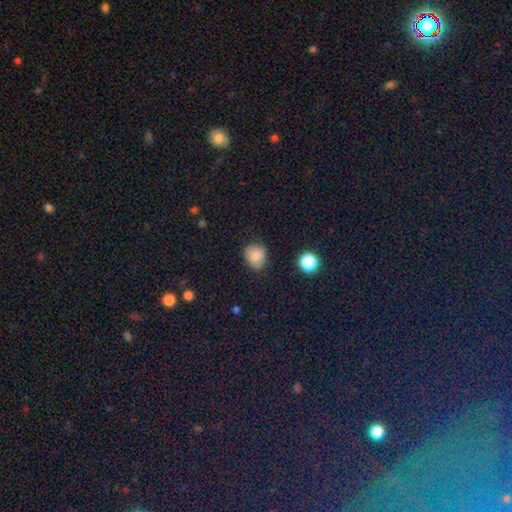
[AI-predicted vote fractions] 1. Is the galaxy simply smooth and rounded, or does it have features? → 80% smooth, 11% star or artifact, 9% featured or disk.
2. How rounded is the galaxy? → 72% round, 27% in between, 1% cigar-shaped.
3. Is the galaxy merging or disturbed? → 73% none, 21% minor disturbance, 4% major disturbance, 2% merger.